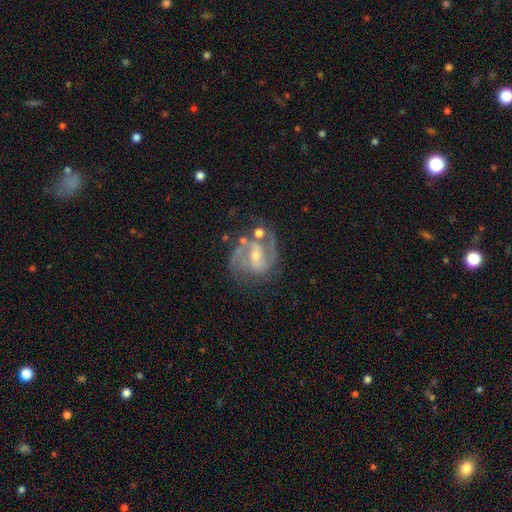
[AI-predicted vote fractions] This appears to be a featured or disk galaxy (88%) with a weak bar (49%), 2 (81%) medium (58%) spiral arms (96%) and a small central bulge (55%). Merging: none (62%).